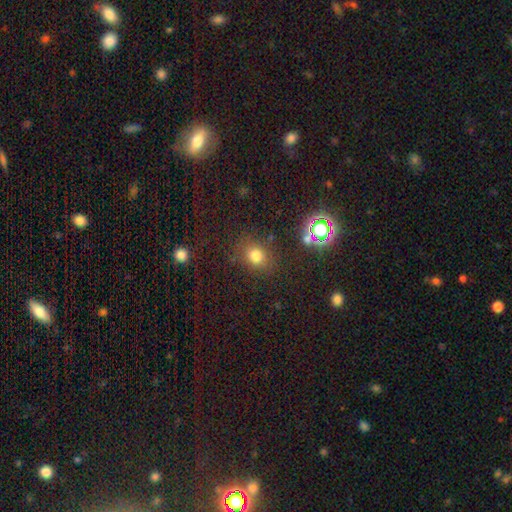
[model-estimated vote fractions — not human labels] Smooth or featured? smooth (73%)
How rounded? round (64%)
Merging? none (79%)